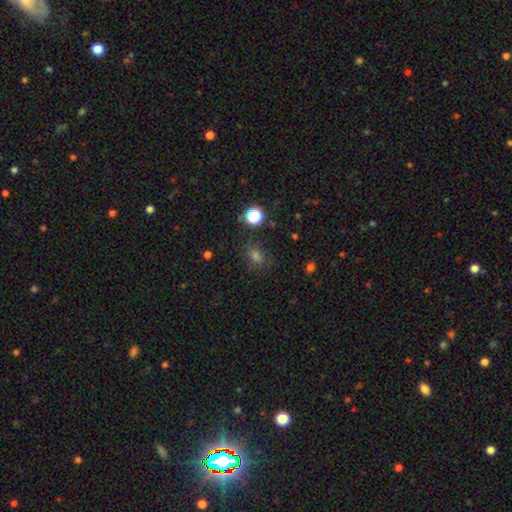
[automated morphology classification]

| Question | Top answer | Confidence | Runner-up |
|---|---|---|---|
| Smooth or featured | smooth | 64% | star or artifact (30%) |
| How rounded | in between | 53% | round (45%) |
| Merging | none | 77% | minor disturbance (14%) |